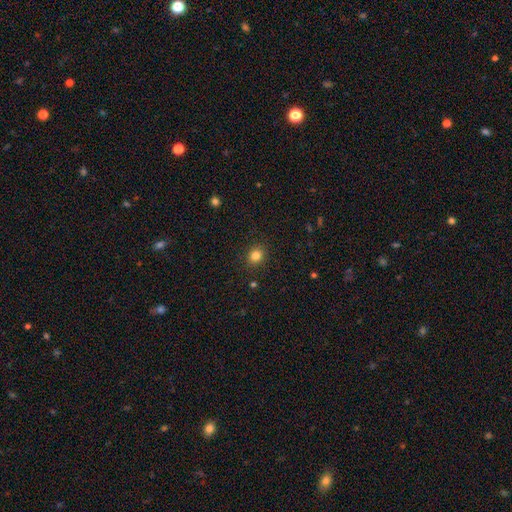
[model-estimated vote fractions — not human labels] Morphology: type=smooth (83%); roundness=round (68%); merging=none (89%).